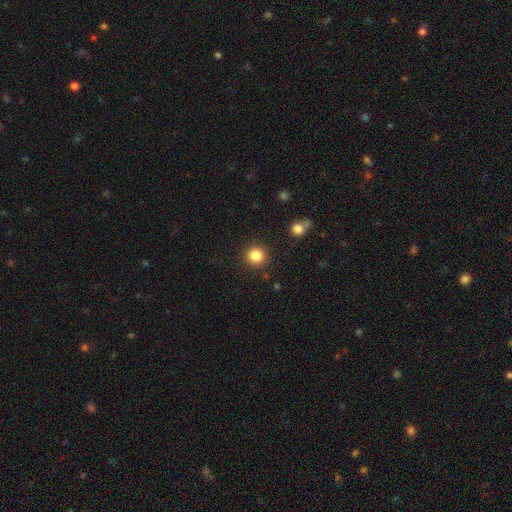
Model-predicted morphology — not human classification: Q: Smooth or featured?
A: smooth (84%); runner-up: star or artifact (11%)
Q: How rounded?
A: round (94%); runner-up: in between (5%)
Q: Merging?
A: none (89%); runner-up: minor disturbance (6%)